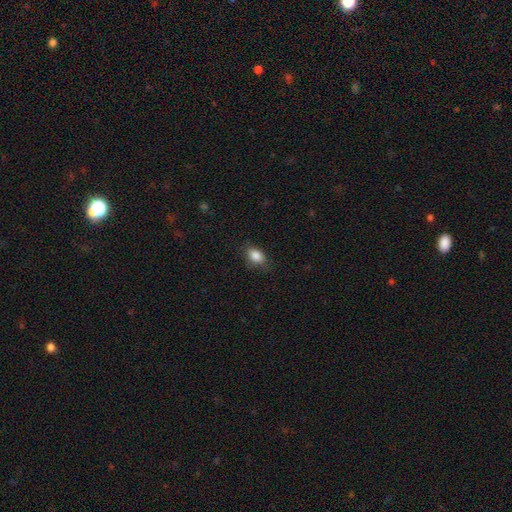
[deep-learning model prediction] Overall: smooth (86%). How rounded: in between (83%). Merging: none (75%).